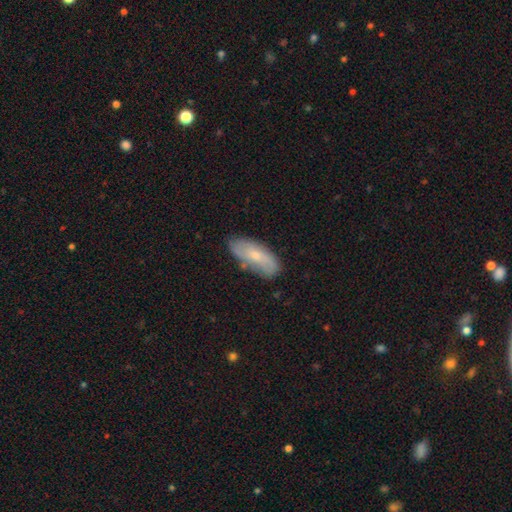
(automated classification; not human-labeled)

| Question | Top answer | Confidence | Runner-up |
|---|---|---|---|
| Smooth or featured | smooth | 56% | featured or disk (37%) |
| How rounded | in between | 81% | cigar-shaped (17%) |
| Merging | none | 70% | minor disturbance (22%) |